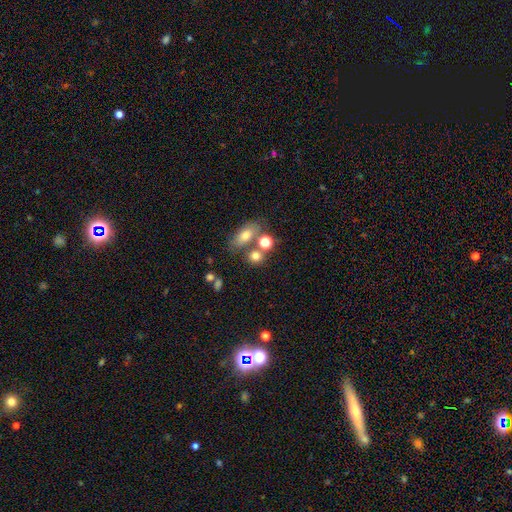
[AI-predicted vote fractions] Smooth or featured? Predicted: smooth (p=0.74). How rounded? Predicted: round (p=0.69). Merging? Predicted: none (p=0.55).